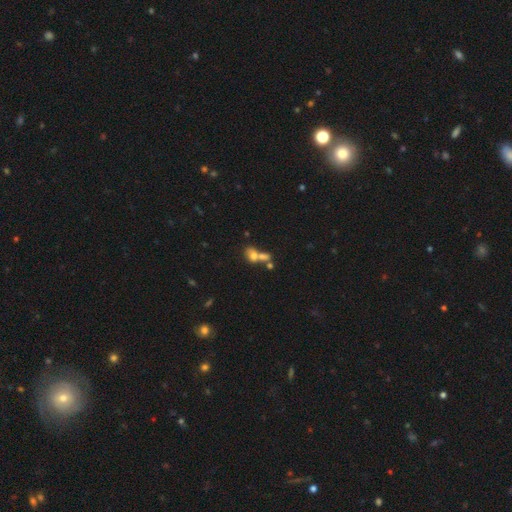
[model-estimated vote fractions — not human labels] smooth_or_featured: smooth (p=0.67) [alt: featured or disk p=0.19]
how_rounded: in between (p=0.64) [alt: round p=0.32]
merging: merger (p=0.61) [alt: none p=0.26]